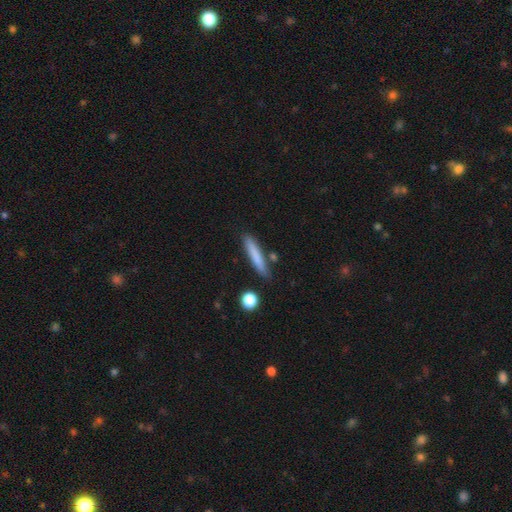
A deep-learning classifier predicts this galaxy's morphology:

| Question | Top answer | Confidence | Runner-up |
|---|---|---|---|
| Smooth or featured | smooth | 77% | featured or disk (17%) |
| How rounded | cigar-shaped | 92% | in between (6%) |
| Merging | none | 82% | minor disturbance (11%) |